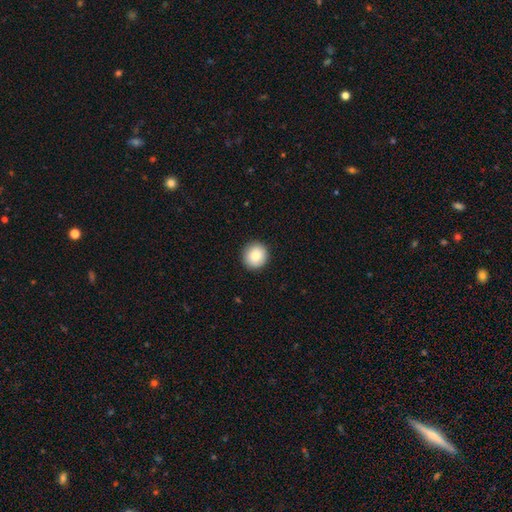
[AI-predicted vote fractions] Morphology: type=smooth (86%); roundness=round (93%); merging=none (92%).